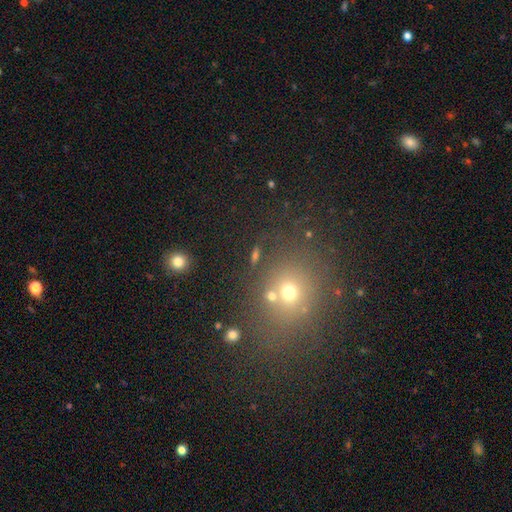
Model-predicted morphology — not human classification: A smooth galaxy with no disk features (56%) that is round (65%). Merging: none (76%).